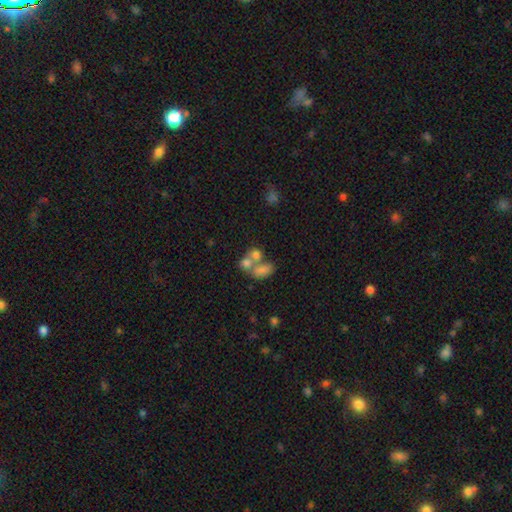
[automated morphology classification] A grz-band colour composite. It shows a smooth galaxy with no disk features (65%) that is in between round and cigar-shaped (56%). Merging: merger (59%).